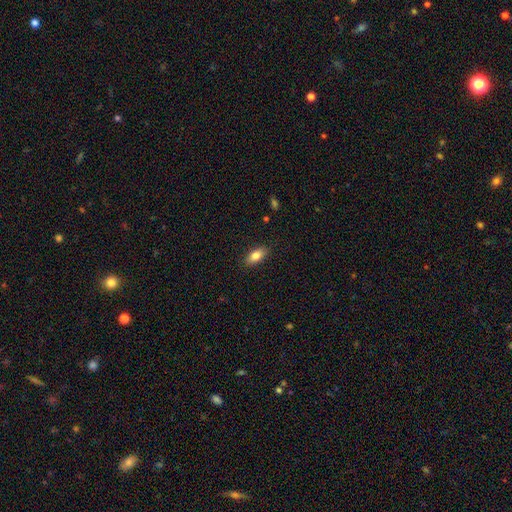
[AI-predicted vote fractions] smooth 82%, featured or disk 10%, star or artifact 7%. Down the decision tree: how rounded — in between (88%); merging — none (88%).